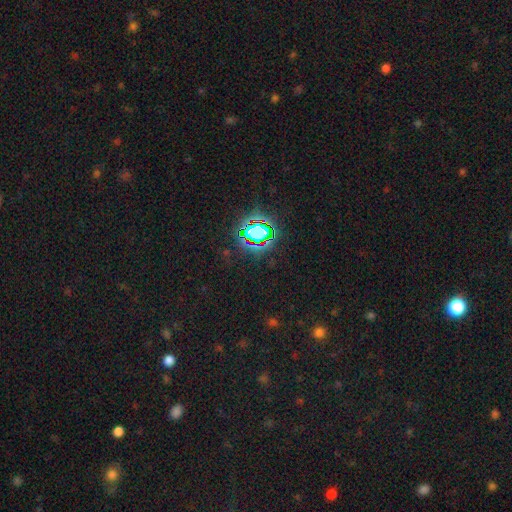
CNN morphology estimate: type=star or artifact (79%).